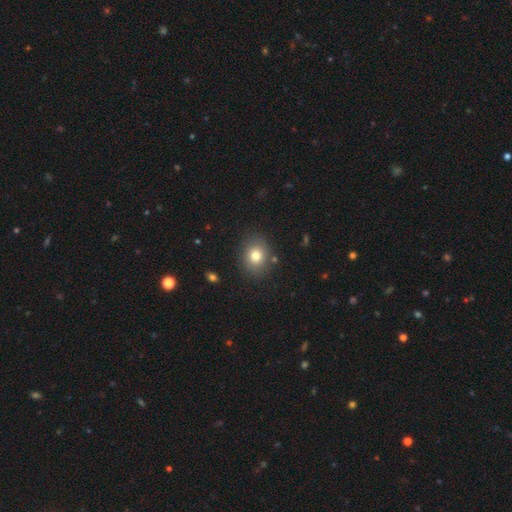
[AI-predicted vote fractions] Smooth or featured? Predicted: smooth (p=0.78). How rounded? Predicted: round (p=0.58). Merging? Predicted: none (p=0.84).